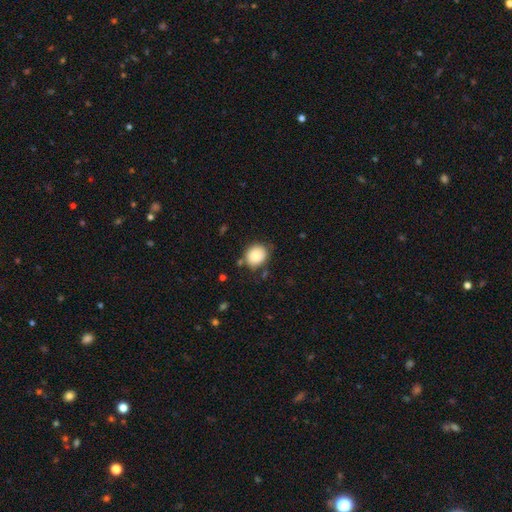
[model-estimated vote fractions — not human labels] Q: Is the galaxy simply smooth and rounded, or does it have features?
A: smooth — 85%.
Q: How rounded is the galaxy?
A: round — 74%.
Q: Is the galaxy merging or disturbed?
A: none — 76%.